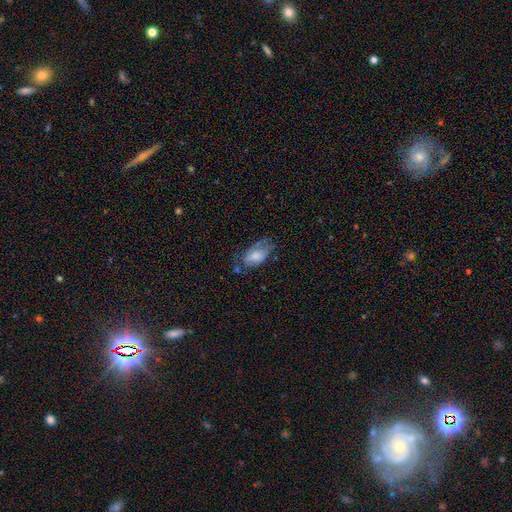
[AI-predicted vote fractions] smooth-or-featured: smooth: 66% | featured or disk: 26% | star or artifact: 8%
  how-rounded: in between: 92% | round: 4% | cigar-shaped: 4%
  merging: none: 41% | minor disturbance: 35% | major disturbance: 19% | merger: 5%